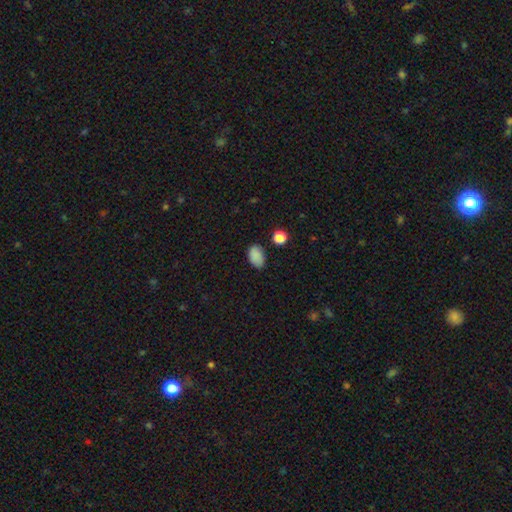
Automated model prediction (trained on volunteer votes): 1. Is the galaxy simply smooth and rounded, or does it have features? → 86% smooth, 10% star or artifact, 4% featured or disk.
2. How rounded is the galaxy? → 88% in between, 11% round, 1% cigar-shaped.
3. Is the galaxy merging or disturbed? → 77% none, 17% minor disturbance, 3% major disturbance, 3% merger.